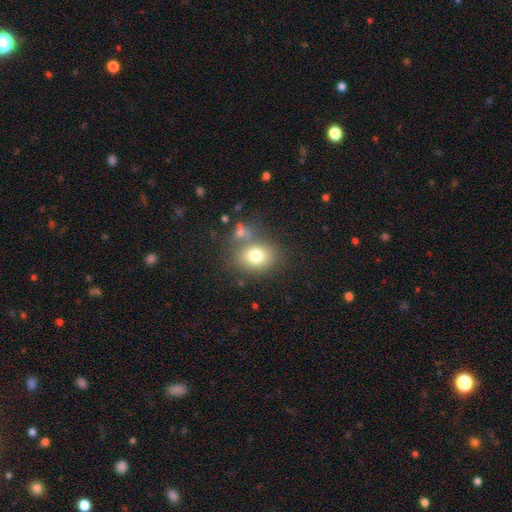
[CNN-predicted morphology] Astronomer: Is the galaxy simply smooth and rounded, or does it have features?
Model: smooth — 76%.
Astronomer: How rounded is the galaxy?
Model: round — 52% (runner-up: in between, 47%).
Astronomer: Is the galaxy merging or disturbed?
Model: none — 64%.